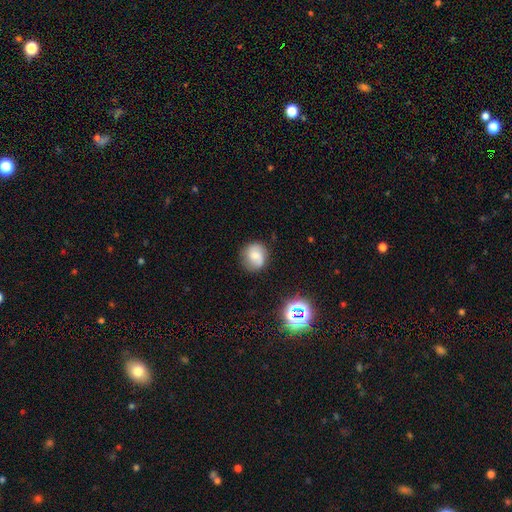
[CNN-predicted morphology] Smooth or featured? smooth (61%)
How rounded? round (81%)
Merging? none (74%)